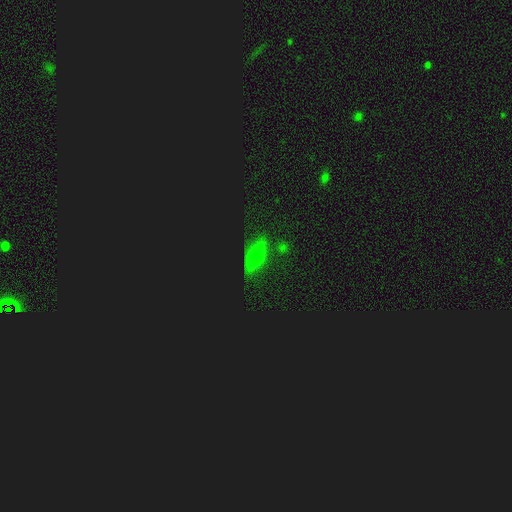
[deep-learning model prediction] Overall: smooth (49%; star or artifact 28%). Merging: none (74%).